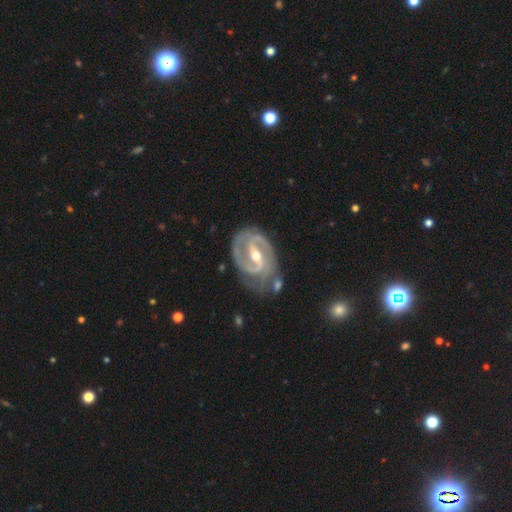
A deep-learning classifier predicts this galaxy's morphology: featured or disk 91%, smooth 5%, star or artifact 4%. Down the decision tree: edge-on disk — no (97%); bar — strong (52%); spiral arms — yes (97%); spiral arm count — 2 (80%); spiral winding — medium (47%); bulge size — moderate (56%); merging — none (63%).